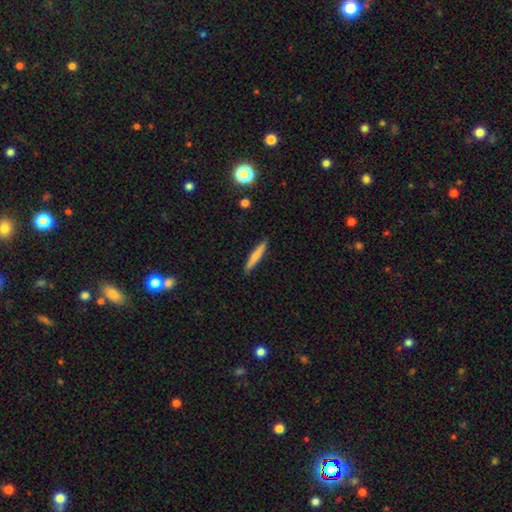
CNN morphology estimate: Smooth or featured? smooth (71%)
How rounded? cigar-shaped (93%)
Merging? none (89%)